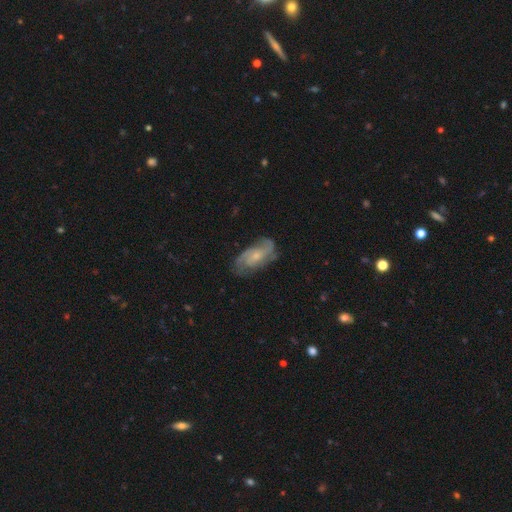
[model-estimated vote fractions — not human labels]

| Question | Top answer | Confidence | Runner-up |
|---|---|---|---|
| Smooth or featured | featured or disk | 79% | smooth (15%) |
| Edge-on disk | no | 95% | yes (5%) |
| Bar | no | 56% | weak (36%) |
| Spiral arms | yes | 94% | no (6%) |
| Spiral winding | medium | 47% | tight (33%) |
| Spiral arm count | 2 | 47% | 3 (23%) |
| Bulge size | small | 57% | moderate (34%) |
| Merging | none | 68% | minor disturbance (22%) |